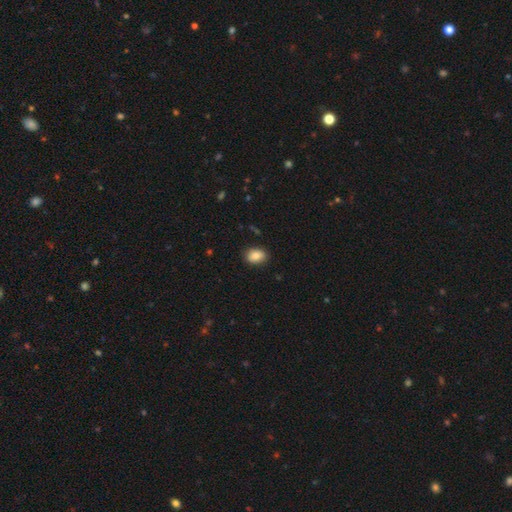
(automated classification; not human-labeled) Smooth or featured: smooth — 84% (featured or disk — 8%)
How rounded: in between — 78% (round — 20%)
Merging: none — 87% (minor disturbance — 10%)